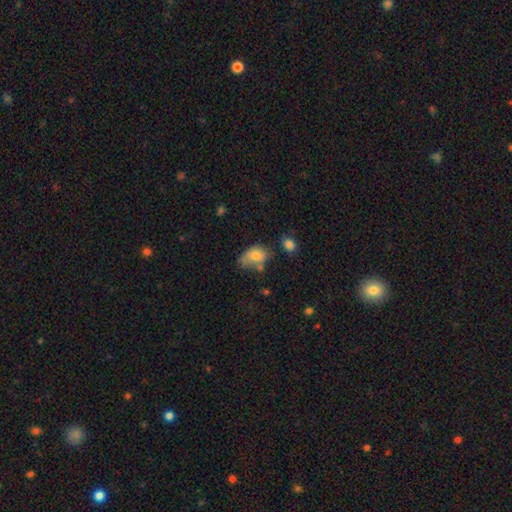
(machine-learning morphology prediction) Smooth or featured: smooth — 74% (featured or disk — 17%)
How rounded: in between — 80% (round — 19%)
Merging: none — 35% (minor disturbance — 33%)